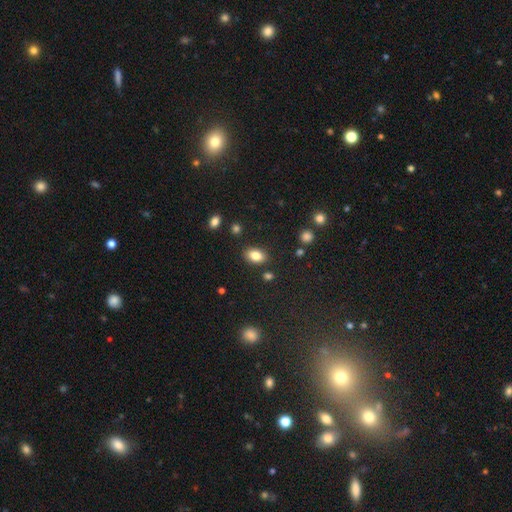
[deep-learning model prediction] smooth-or-featured: smooth: 83% | star or artifact: 9% | featured or disk: 8%
  how-rounded: in between: 88% | round: 10% | cigar-shaped: 2%
  merging: none: 84% | minor disturbance: 10% | merger: 3% | major disturbance: 2%